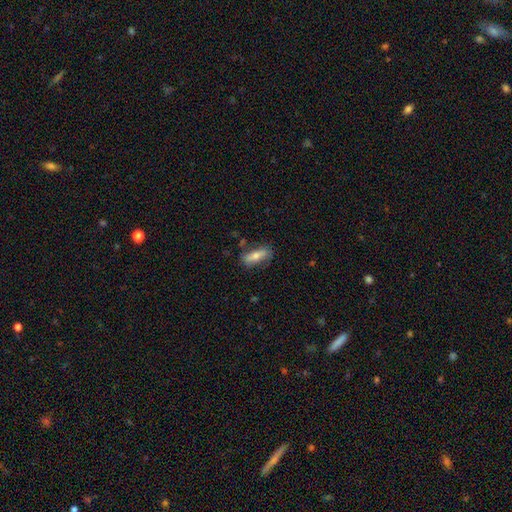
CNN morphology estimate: Smooth or featured? Predicted: smooth (p=0.58). How rounded? Predicted: in between (p=0.60). Merging? Predicted: none (p=0.73).